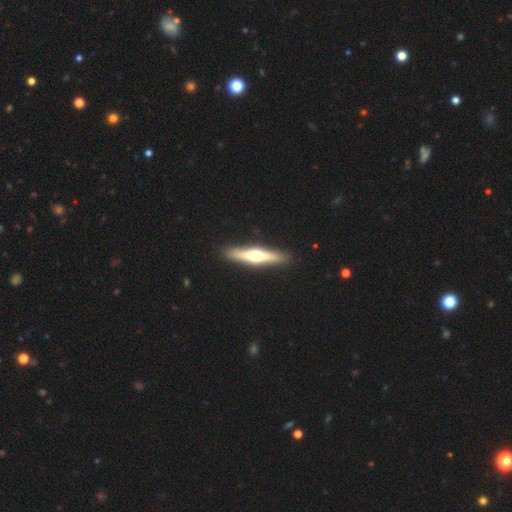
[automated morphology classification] featured or disk 64%, smooth 32%, star or artifact 5%. Down the decision tree: edge-on disk — yes (96%); edge-on bulge — rounded (93%); merging — none (92%).